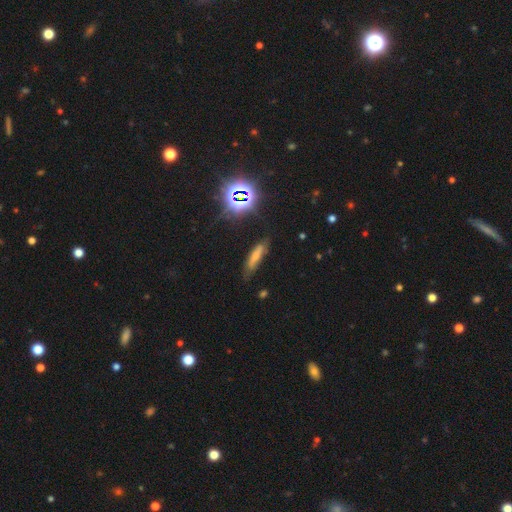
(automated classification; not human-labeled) This is possibly a smooth galaxy (52%). How rounded: likely cigar-shaped (68%). Merging: likely none (69%).